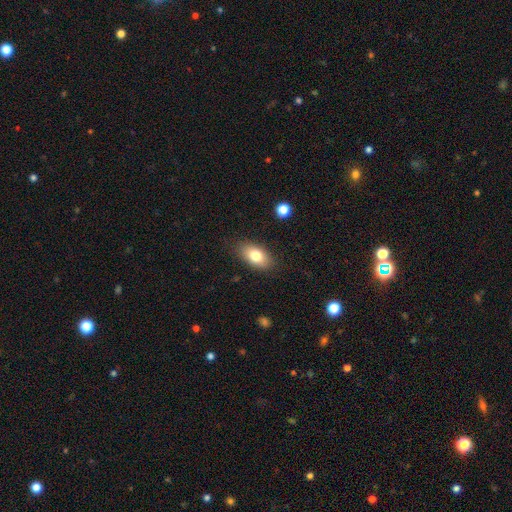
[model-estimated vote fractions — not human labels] A smooth galaxy with no disk features (79%) that is in between round and cigar-shaped (91%). Merging: none (85%).